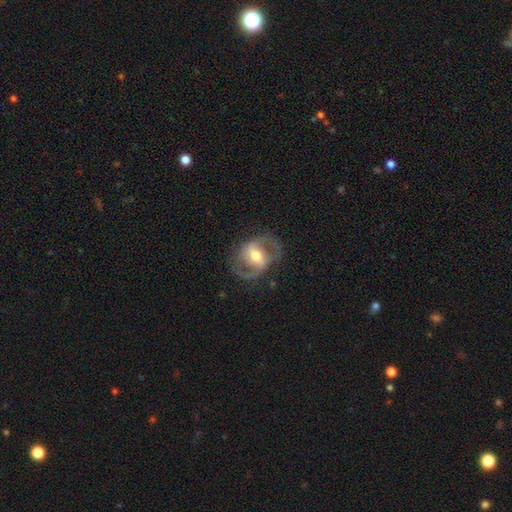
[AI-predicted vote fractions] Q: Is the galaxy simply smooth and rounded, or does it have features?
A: featured or disk — 83%.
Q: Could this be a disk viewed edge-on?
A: no — 96%.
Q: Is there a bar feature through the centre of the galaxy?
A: weak — 42%.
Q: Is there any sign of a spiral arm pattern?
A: yes — 87%.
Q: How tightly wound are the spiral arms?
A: medium — 56%.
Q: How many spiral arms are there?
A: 2 — 89%.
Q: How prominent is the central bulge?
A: moderate — 69%.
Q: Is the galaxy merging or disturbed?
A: none — 75%.